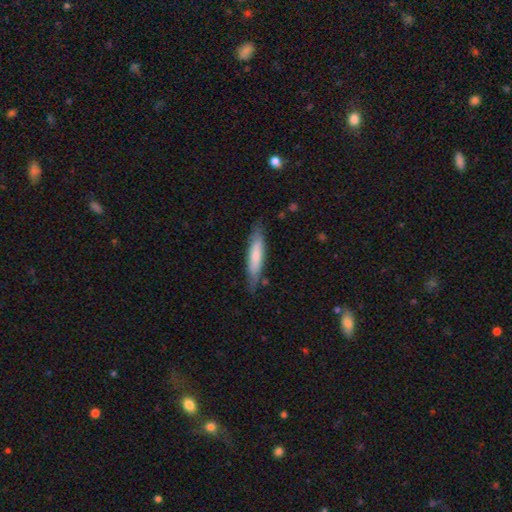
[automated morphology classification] This appears to be a smooth galaxy with no disk features (69%) that is cigar-shaped (80%). Merging: none (78%).